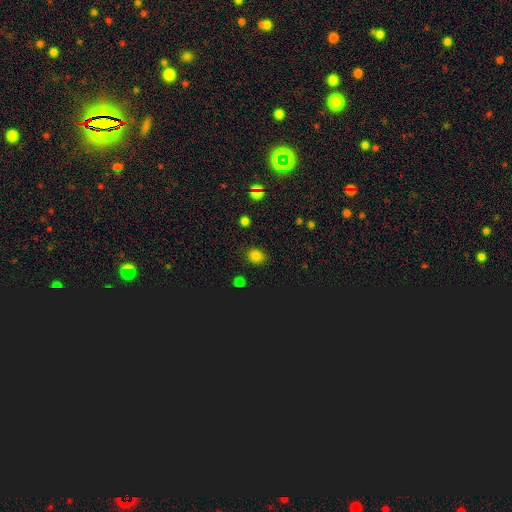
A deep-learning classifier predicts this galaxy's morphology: Smooth or featured: smooth — 75% (star or artifact — 21%)
How rounded: round — 59% (in between — 40%)
Merging: none — 83% (minor disturbance — 12%)